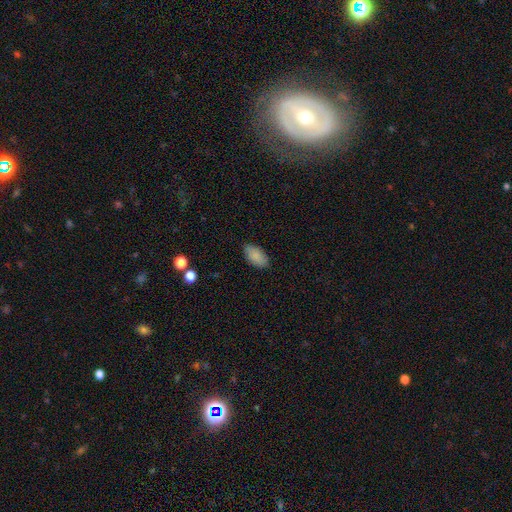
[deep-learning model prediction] Overall: smooth (87%). How rounded: in between (94%). Merging: none (83%).